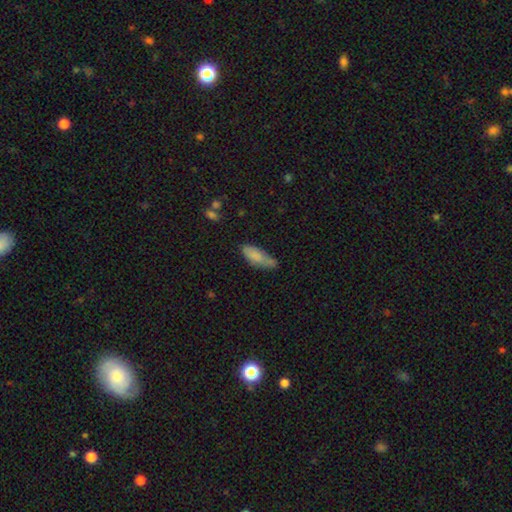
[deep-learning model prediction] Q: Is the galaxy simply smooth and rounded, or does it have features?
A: smooth — 79%.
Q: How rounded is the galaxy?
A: in between — 72%.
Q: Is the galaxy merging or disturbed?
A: none — 49%.